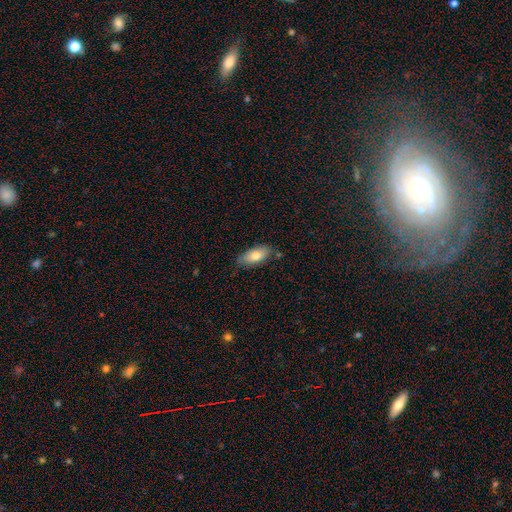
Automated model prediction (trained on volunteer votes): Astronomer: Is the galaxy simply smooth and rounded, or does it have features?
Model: smooth — 77%.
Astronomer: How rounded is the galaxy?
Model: in between — 86%.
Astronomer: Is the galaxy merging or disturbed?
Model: none — 77%.